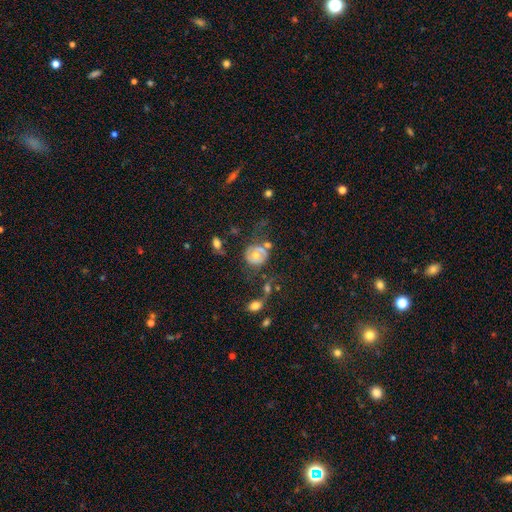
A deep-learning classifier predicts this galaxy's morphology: This appears to be a featured or disk galaxy (48%). Merging: none (48%).